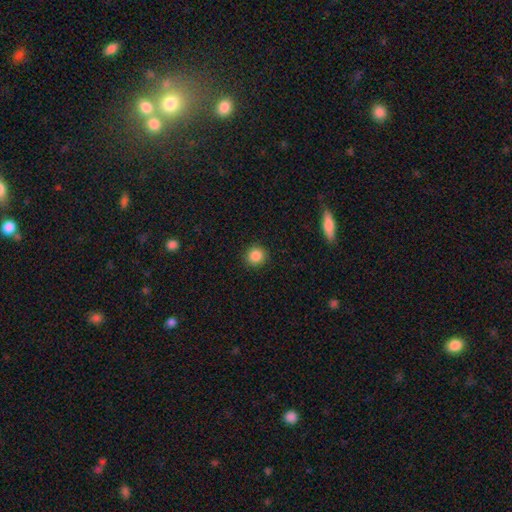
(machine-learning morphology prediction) Smooth or featured? smooth (86%)
How rounded? round (92%)
Merging? none (92%)